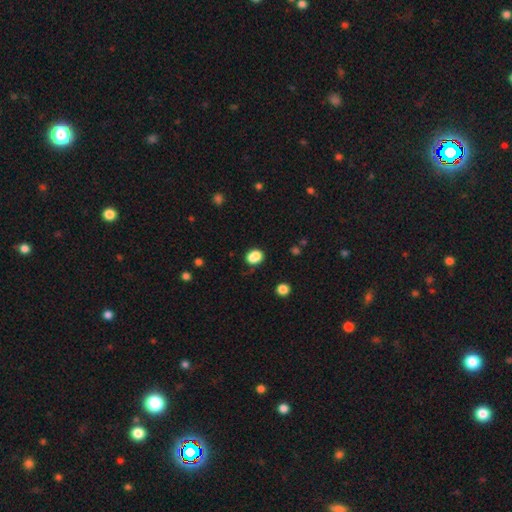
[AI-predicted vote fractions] Overall: smooth (84%). How rounded: in between (52%; round 46%). Merging: none (69%).